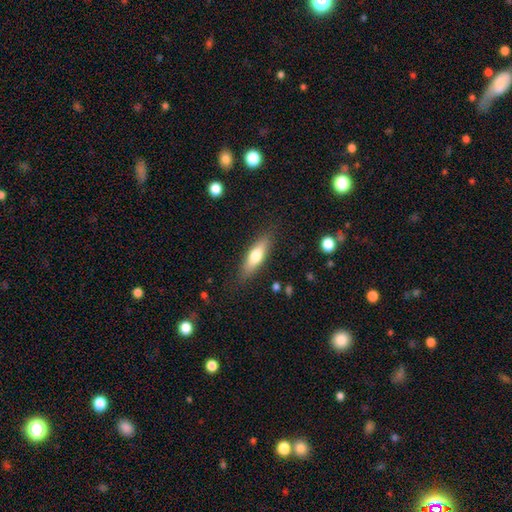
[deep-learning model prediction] Smooth or featured? smooth (65%)
How rounded? cigar-shaped (54%)
Merging? none (85%)